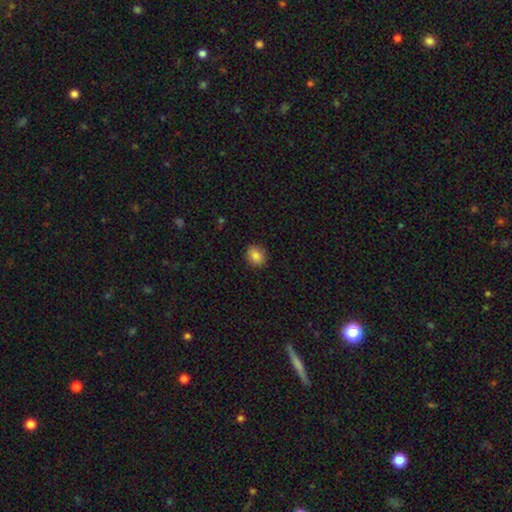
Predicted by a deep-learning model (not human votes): The model was most divided on "how rounded": round: 60%, in between: 39%, cigar-shaped: 1%. More confident: merging — none (89%); smooth or featured — smooth (85%).